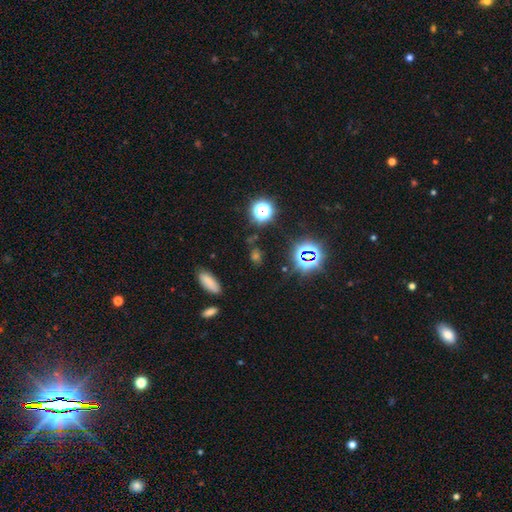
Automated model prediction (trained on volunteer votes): Smooth or featured? Predicted: star or artifact (p=0.46).